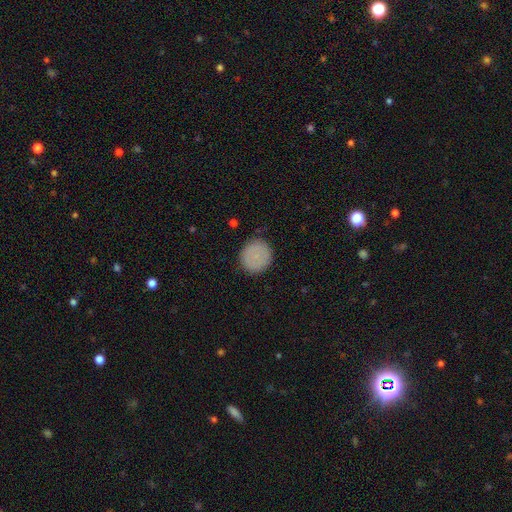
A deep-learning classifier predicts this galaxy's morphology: This appears to be a smooth galaxy with no disk features (83%) that is round (91%). Merging: none (88%).